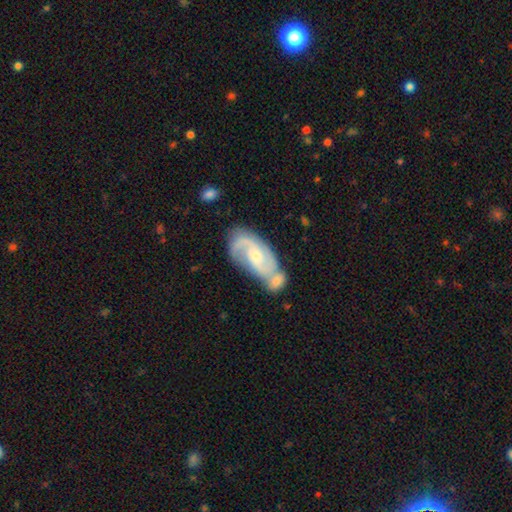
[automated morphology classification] A featured or disk galaxy (84%) with no bar (49%), 2 (82%) medium (51%) spiral arms (96%) and a small central bulge (56%). Merging: merger (44%).